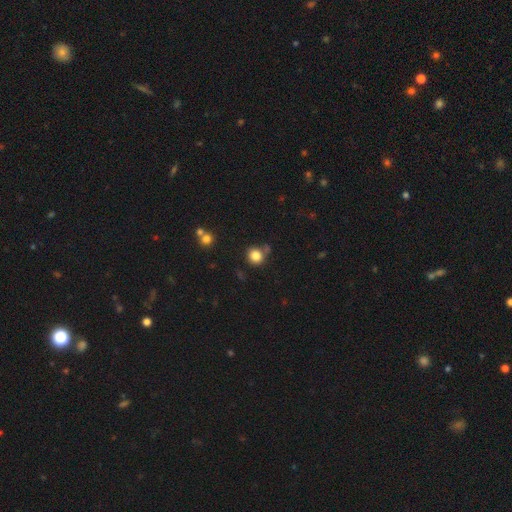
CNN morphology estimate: smooth-or-featured: smooth: 83% | star or artifact: 11% | featured or disk: 6%
  how-rounded: round: 88% | in between: 11% | cigar-shaped: 1%
  merging: none: 74% | minor disturbance: 13% | merger: 9% | major disturbance: 4%